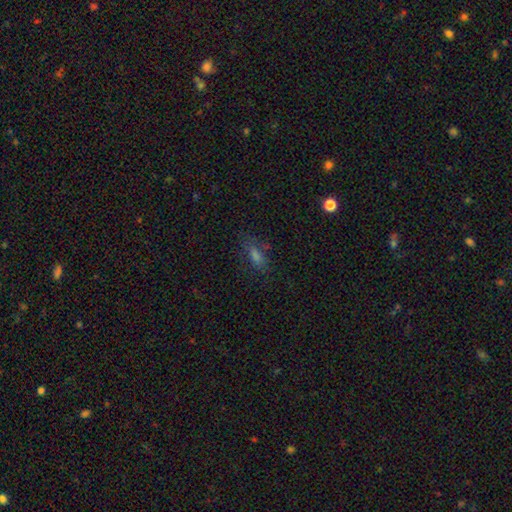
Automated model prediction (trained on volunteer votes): A smooth galaxy with no disk features (59%) that is in between round and cigar-shaped (68%).

Vote fractions:
- Smooth or featured? smooth: 59% / star or artifact: 26% / featured or disk: 16%
- How rounded? in between: 68% / cigar-shaped: 24% / round: 8%
- Merging? none: 70% / minor disturbance: 18% / major disturbance: 8% / merger: 4%